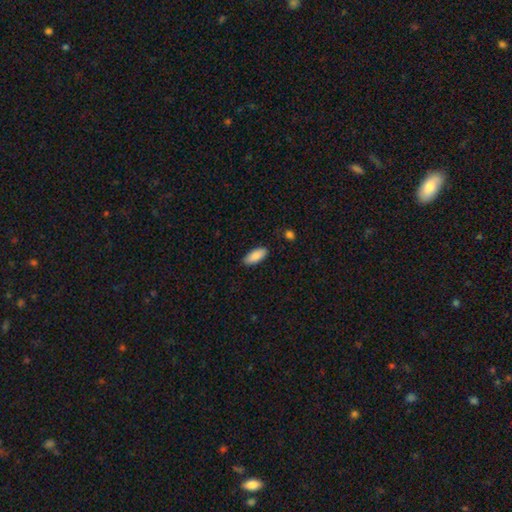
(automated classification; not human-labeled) Smooth or featured? Predicted: smooth (p=0.89). How rounded? Predicted: in between (p=0.85). Merging? Predicted: none (p=0.88).